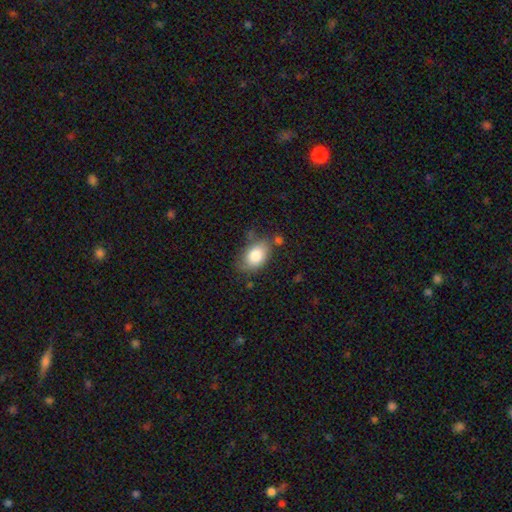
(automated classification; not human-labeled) This is clearly a smooth galaxy (81%). How rounded: clearly in between (86%). Merging: likely none (66%).